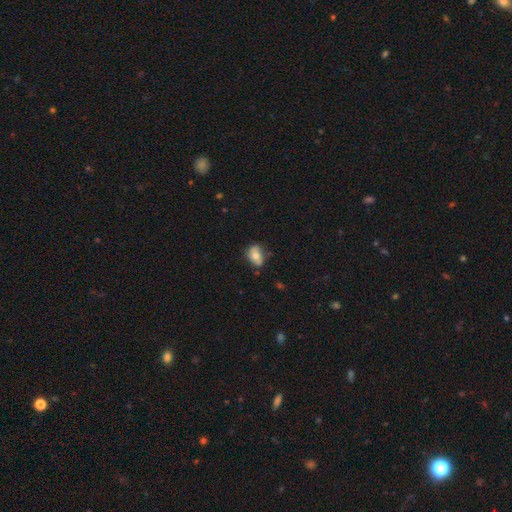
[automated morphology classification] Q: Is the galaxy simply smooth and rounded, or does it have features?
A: smooth — 68%.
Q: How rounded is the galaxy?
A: in between — 74%.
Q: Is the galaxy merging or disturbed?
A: none — 61%.